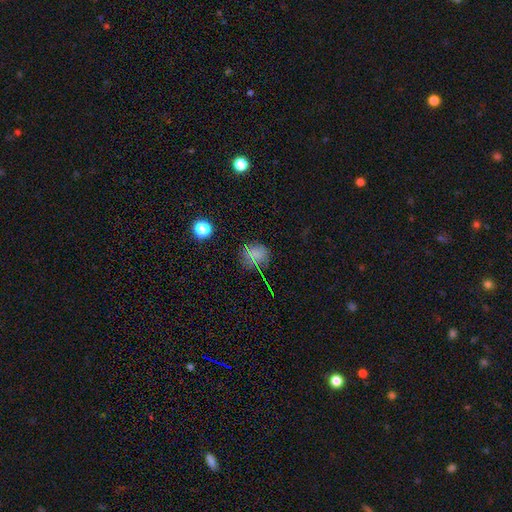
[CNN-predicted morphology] smooth-or-featured: smooth: 55% | star or artifact: 38% | featured or disk: 7%
  how-rounded: round: 83% | in between: 15% | cigar-shaped: 2%
  merging: none: 82% | minor disturbance: 11% | major disturbance: 5% | merger: 3%